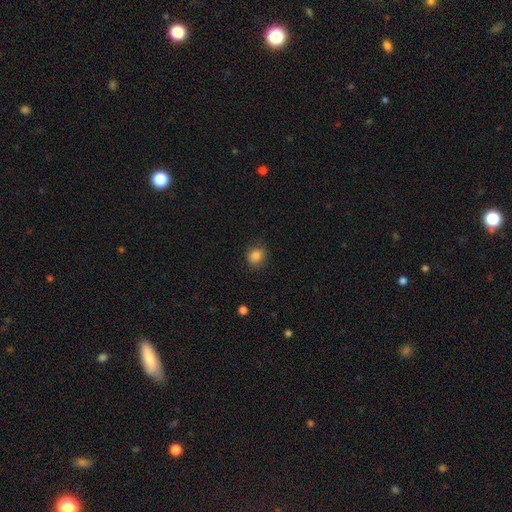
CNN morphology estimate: smooth 85%, star or artifact 10%, featured or disk 5%. Down the decision tree: how rounded — round (75%); merging — none (83%).